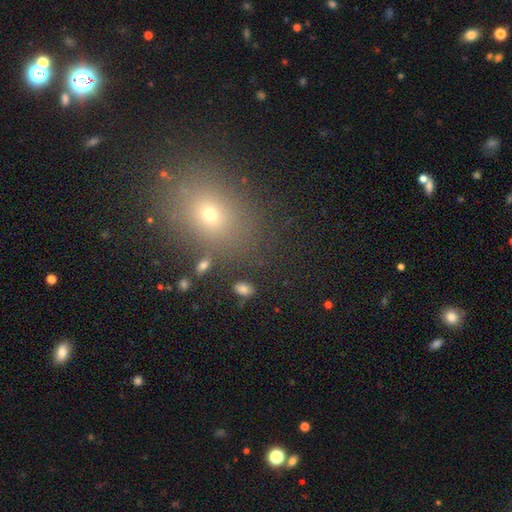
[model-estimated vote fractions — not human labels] smooth_or_featured: smooth (p=0.60) [alt: star or artifact p=0.29]
how_rounded: in between (p=0.51) [alt: round p=0.47]
merging: none (p=0.85) [alt: minor disturbance p=0.09]